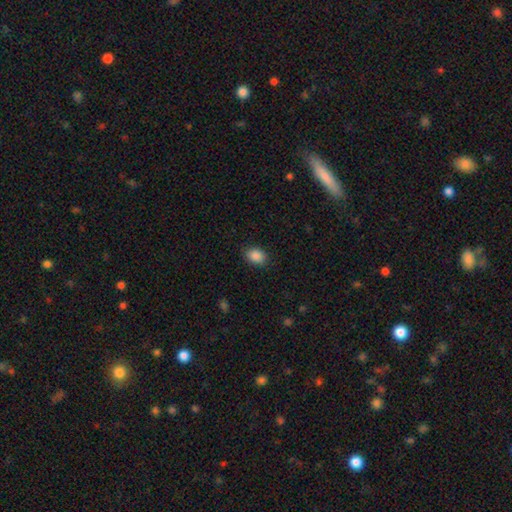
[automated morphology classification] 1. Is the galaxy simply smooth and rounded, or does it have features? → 88% smooth, 8% star or artifact, 3% featured or disk.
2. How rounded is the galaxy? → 71% in between, 28% round, 1% cigar-shaped.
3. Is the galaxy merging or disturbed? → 88% none, 9% minor disturbance, 3% major disturbance, 1% merger.